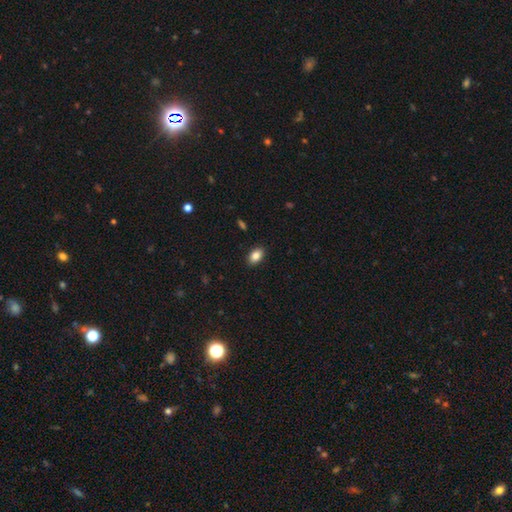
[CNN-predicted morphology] type=smooth (86%); roundness=in between (87%); merging=none (90%).